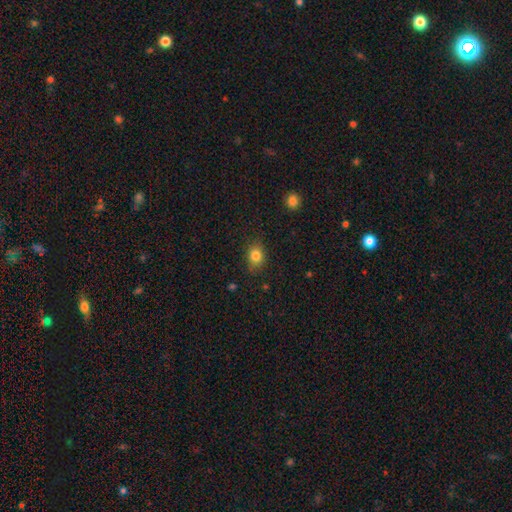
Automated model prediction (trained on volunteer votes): smooth 83%, star or artifact 11%, featured or disk 7%. Down the decision tree: how rounded — round (50%); merging — none (83%).